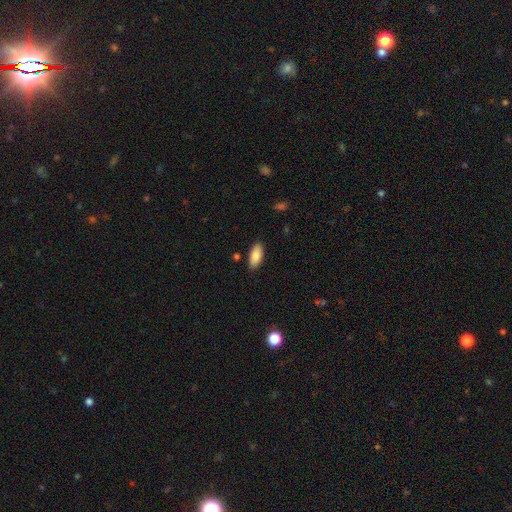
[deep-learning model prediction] Smooth or featured: smooth — 85% (featured or disk — 9%)
How rounded: in between — 86% (cigar-shaped — 12%)
Merging: none — 88% (minor disturbance — 9%)